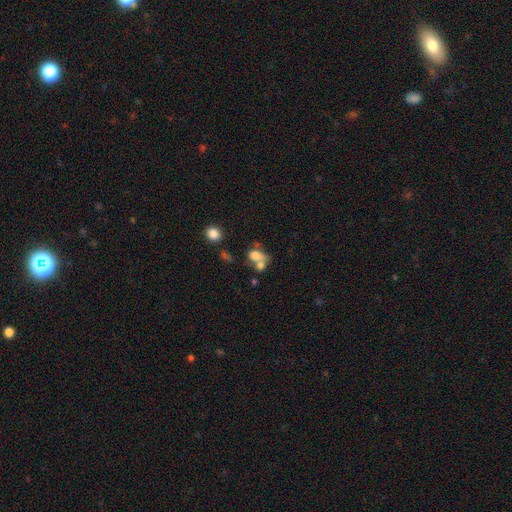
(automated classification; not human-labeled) This appears to be a smooth galaxy with no disk features (70%) that is in between round and cigar-shaped (59%). Merging: merger (53%).